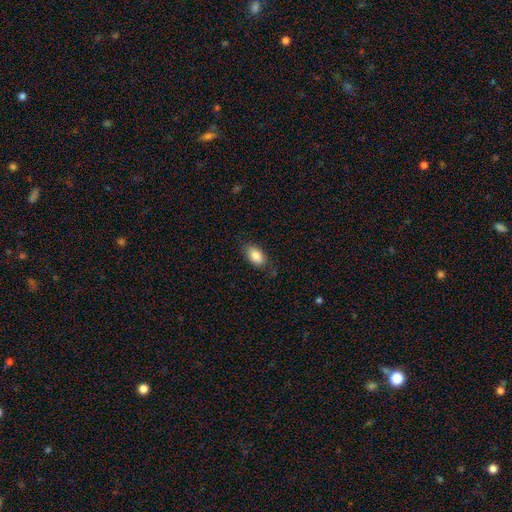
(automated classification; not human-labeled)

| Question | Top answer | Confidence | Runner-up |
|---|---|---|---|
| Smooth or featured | smooth | 86% | star or artifact (7%) |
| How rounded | in between | 91% | round (5%) |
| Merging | none | 77% | minor disturbance (17%) |